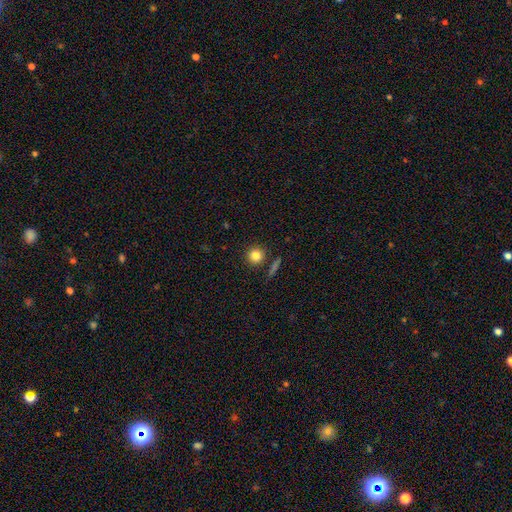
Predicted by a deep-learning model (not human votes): Overall: smooth (83%). How rounded: round (93%). Merging: none (86%).